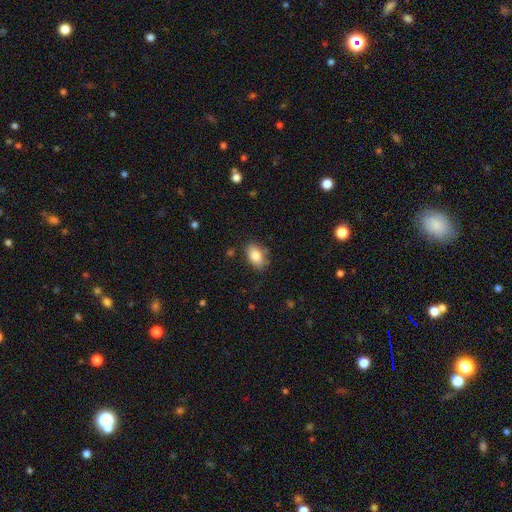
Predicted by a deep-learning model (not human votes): A smooth galaxy with no disk features (85%) that is in between round and cigar-shaped (90%). Merging: none (79%).